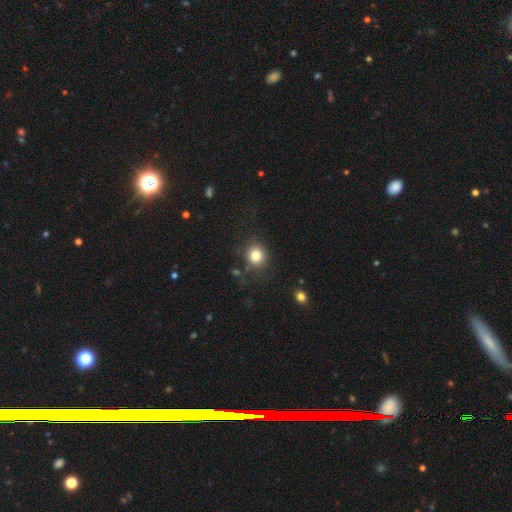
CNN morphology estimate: Smooth or featured? Predicted: smooth (p=0.81). How rounded? Predicted: round (p=0.84). Merging? Predicted: none (p=0.80).